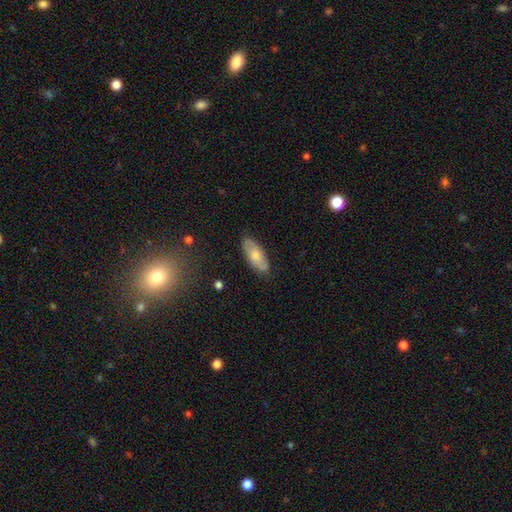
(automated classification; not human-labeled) Morphology: type=smooth (60%); roundness=in between (83%); merging=none (82%).